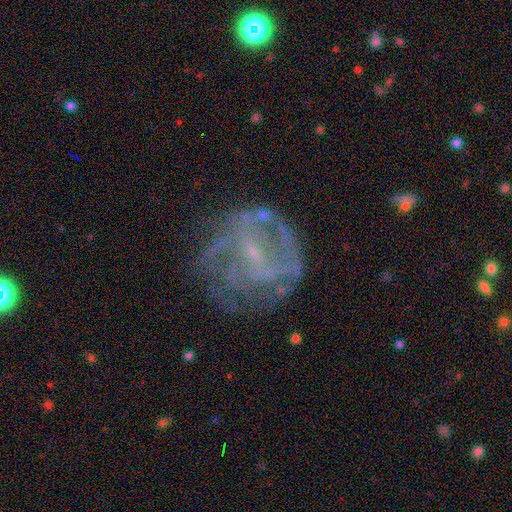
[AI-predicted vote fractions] Smooth or featured: featured or disk — 74% (smooth — 14%)
Edge-on disk: no — 97% (yes — 3%)
Bar: weak — 47% (no — 35%)
Spiral arms: yes — 71% (no — 29%)
Spiral winding: tight — 41% (medium — 39%)
Spiral arm count: can't tell — 43% (2 — 22%)
Bulge size: small — 70% (none — 16%)
Merging: none — 64% (minor disturbance — 18%)